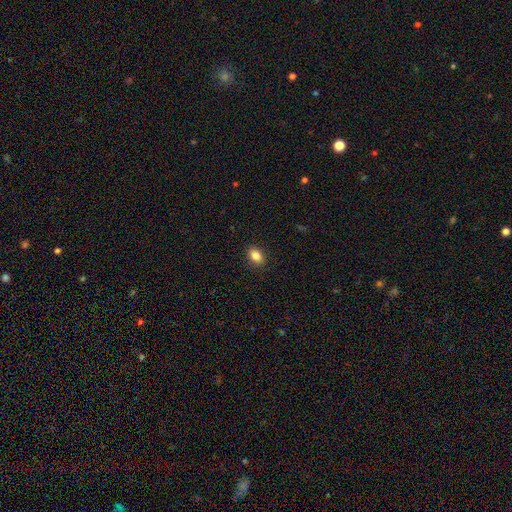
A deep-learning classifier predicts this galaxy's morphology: Q: Smooth or featured?
A: smooth (86%); runner-up: star or artifact (9%)
Q: How rounded?
A: in between (77%); runner-up: round (22%)
Q: Merging?
A: none (90%); runner-up: minor disturbance (7%)